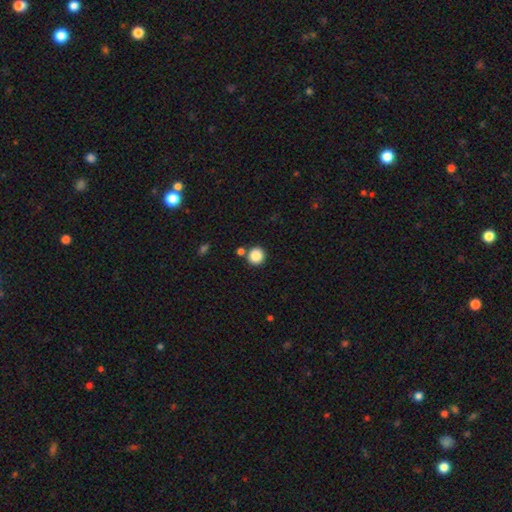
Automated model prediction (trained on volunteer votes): The model was most divided on "merging": none: 80%, merger: 10%, minor disturbance: 7%, major disturbance: 2%. More confident: how rounded — round (94%); smooth or featured — smooth (86%).